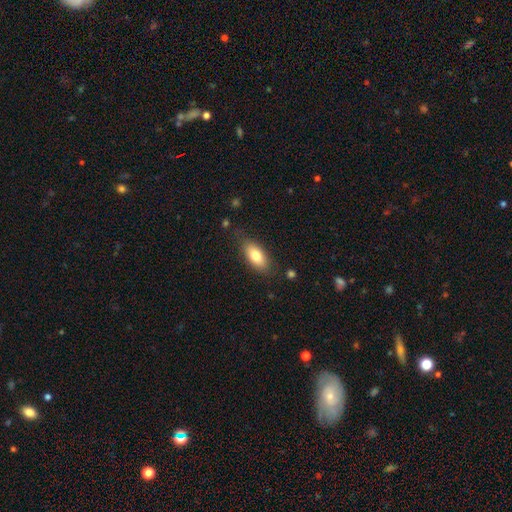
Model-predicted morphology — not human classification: Smooth or featured?
  - smooth: 79% *
  - featured or disk: 14%
  - star or artifact: 7%
How rounded?
  - in between: 88% *
  - cigar-shaped: 9%
  - round: 3%
Merging?
  - none: 79% *
  - minor disturbance: 15%
  - major disturbance: 4%
  - merger: 2%